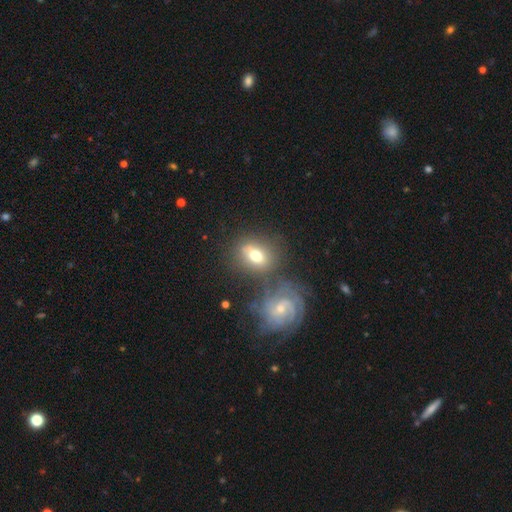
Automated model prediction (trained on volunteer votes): This appears to be a smooth galaxy with no disk features (54%) that is in between round and cigar-shaped (61%). Merging: none (61%).